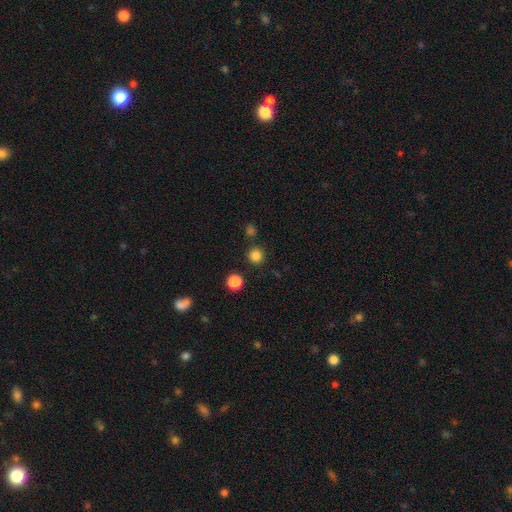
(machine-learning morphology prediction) This is clearly a smooth galaxy (82%). How rounded: clearly round (95%). Merging: clearly none (87%).